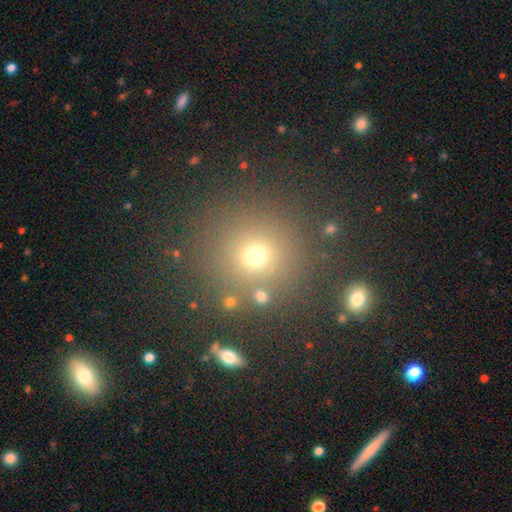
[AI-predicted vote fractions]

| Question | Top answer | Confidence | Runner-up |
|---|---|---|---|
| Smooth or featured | smooth | 66% | star or artifact (24%) |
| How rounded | round | 90% | in between (8%) |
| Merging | none | 81% | minor disturbance (8%) |